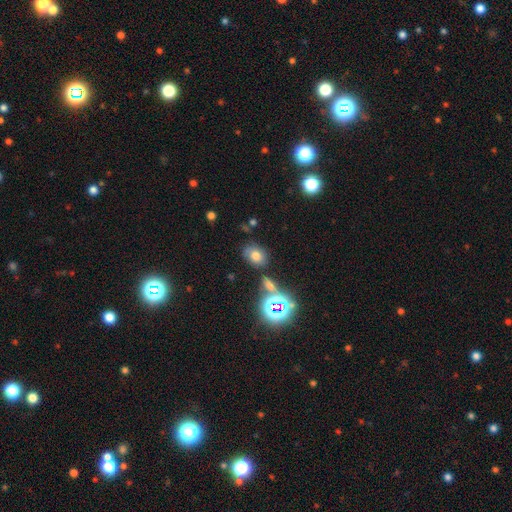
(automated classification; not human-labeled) Morphology: type=smooth (66%); roundness=in between (66%); merging=none (71%).